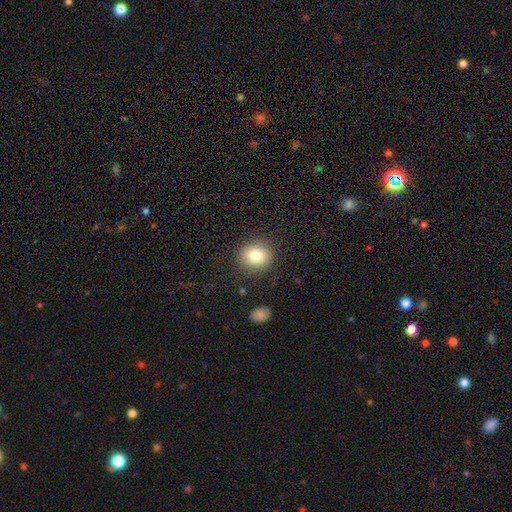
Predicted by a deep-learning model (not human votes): Overall: smooth (82%). How rounded: round (78%). Merging: none (87%).